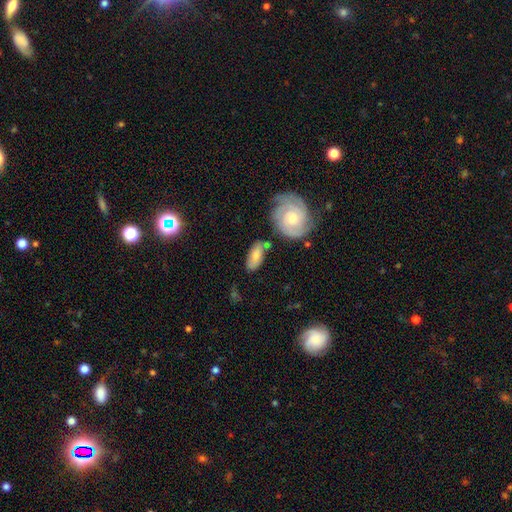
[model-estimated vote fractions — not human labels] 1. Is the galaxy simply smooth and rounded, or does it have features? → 65% smooth, 28% featured or disk, 6% star or artifact.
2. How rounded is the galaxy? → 83% in between, 13% cigar-shaped, 4% round.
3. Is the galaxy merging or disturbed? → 68% none, 18% minor disturbance, 10% merger, 5% major disturbance.